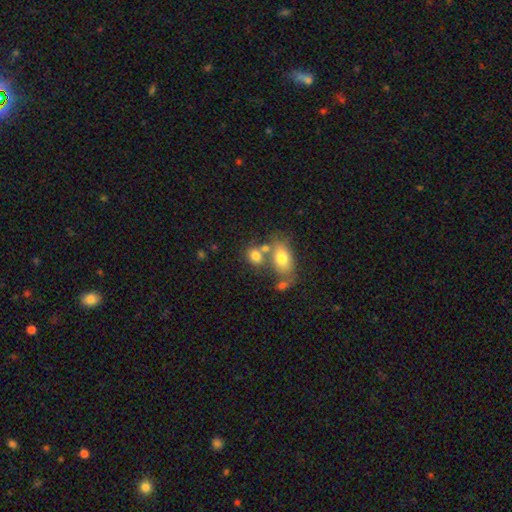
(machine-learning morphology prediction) The model was most divided on "merging": merger: 42%, none: 39%, minor disturbance: 12%, major disturbance: 7%. More confident: smooth or featured — smooth (75%); how rounded — in between (67%).